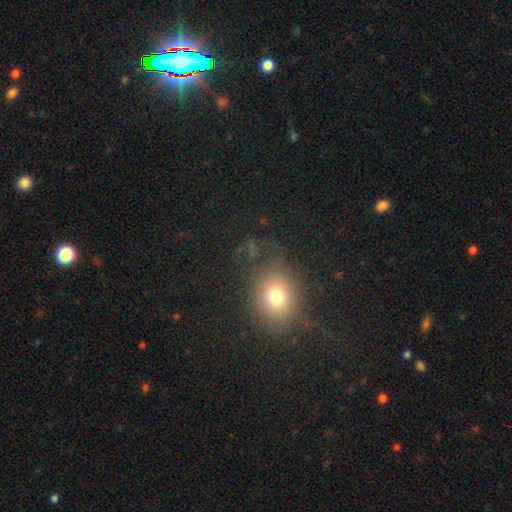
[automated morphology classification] Q: Smooth or featured?
A: smooth (56%); runner-up: star or artifact (33%)
Q: How rounded?
A: round (57%); runner-up: in between (41%)
Q: Merging?
A: none (79%); runner-up: minor disturbance (13%)